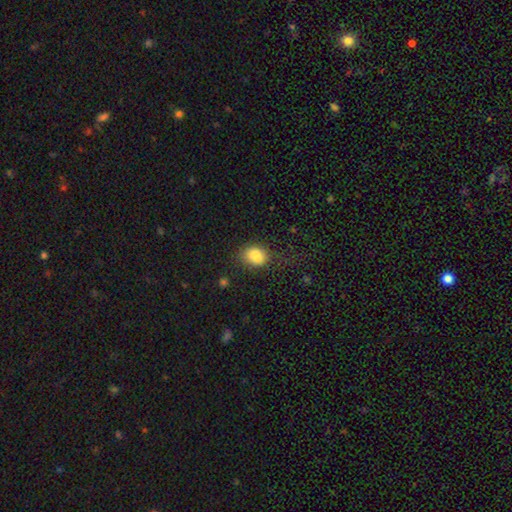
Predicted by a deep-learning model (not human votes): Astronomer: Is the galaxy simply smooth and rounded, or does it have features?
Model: smooth — 76%.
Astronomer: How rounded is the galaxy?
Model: in between — 61% (runner-up: round, 38%).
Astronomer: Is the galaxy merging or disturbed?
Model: none — 44% (runner-up: merger, 29%).